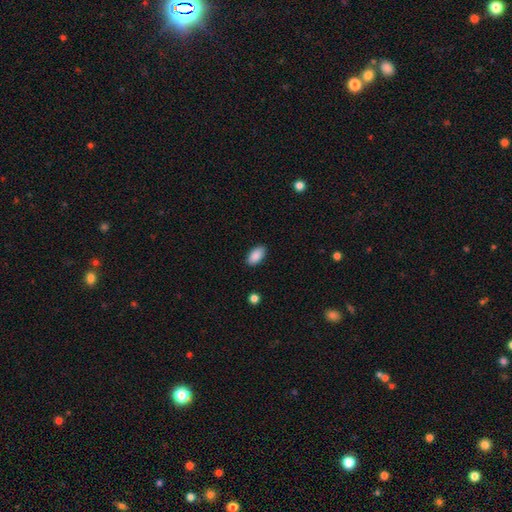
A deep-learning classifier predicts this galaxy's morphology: smooth-or-featured: smooth: 90% | star or artifact: 7% | featured or disk: 4%
  how-rounded: in between: 94% | cigar-shaped: 3% | round: 3%
  merging: none: 89% | minor disturbance: 8% | major disturbance: 2% | merger: 1%